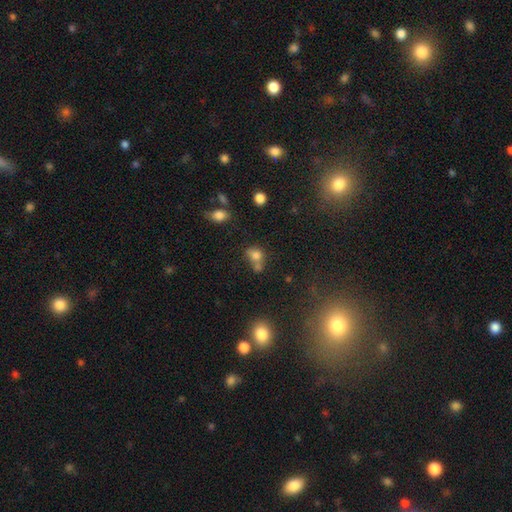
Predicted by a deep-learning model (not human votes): smooth-or-featured: smooth: 74% | star or artifact: 14% | featured or disk: 11%
  how-rounded: round: 54% | in between: 44% | cigar-shaped: 2%
  merging: merger: 45% | none: 34% | minor disturbance: 14% | major disturbance: 7%